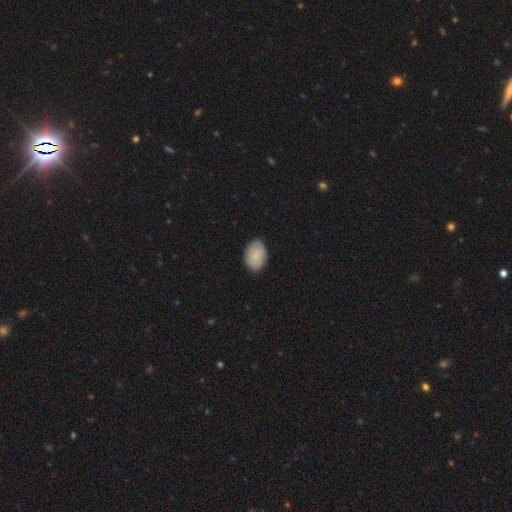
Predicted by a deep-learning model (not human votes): Q: Smooth or featured?
A: smooth (84%); runner-up: featured or disk (10%)
Q: How rounded?
A: in between (81%); runner-up: round (18%)
Q: Merging?
A: none (82%); runner-up: minor disturbance (15%)